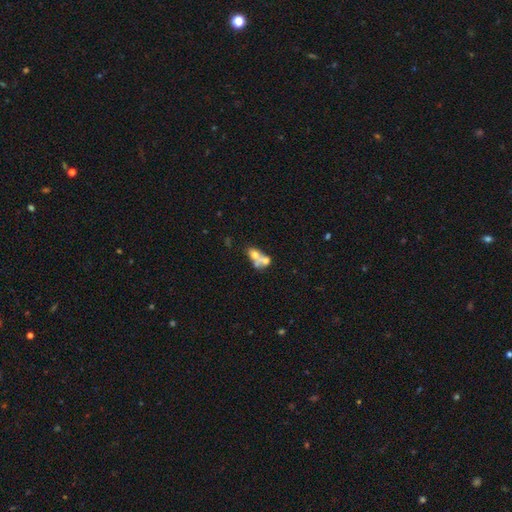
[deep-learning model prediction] smooth_or_featured: smooth (p=0.52) [alt: featured or disk p=0.35]
how_rounded: in between (p=0.62) [alt: round p=0.35]
merging: merger (p=0.65) [alt: none p=0.19]